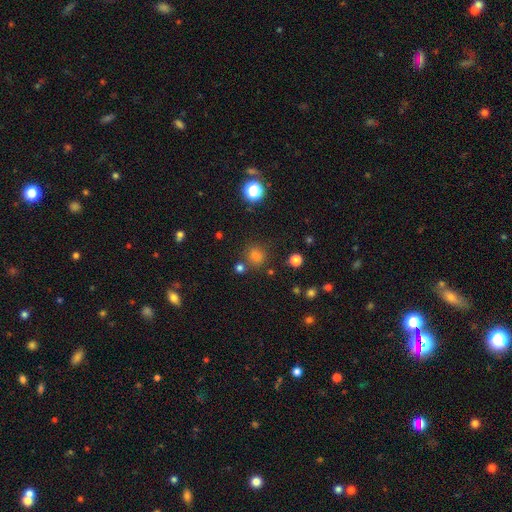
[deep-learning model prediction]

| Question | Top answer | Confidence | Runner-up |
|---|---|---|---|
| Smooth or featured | smooth | 72% | star or artifact (23%) |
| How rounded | round | 84% | in between (15%) |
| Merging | none | 80% | minor disturbance (10%) |